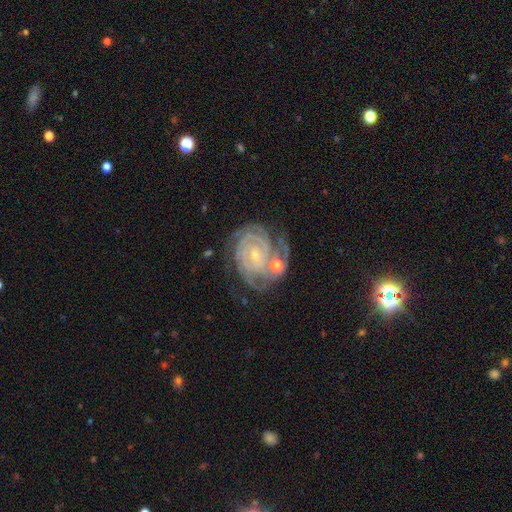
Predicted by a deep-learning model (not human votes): A featured or disk galaxy (90%) with no bar (63%), 2 (28%) tight (84%) spiral arms (98%) and a small central bulge (77%). Merging: none (65%).